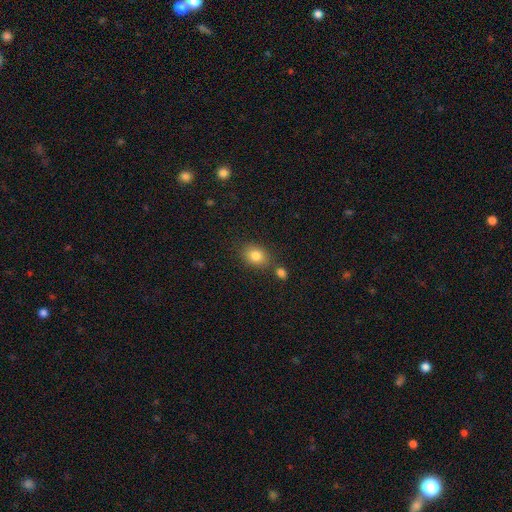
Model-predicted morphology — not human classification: smooth-or-featured: smooth: 83% | star or artifact: 10% | featured or disk: 7%
  how-rounded: in between: 57% | round: 42% | cigar-shaped: 1%
  merging: none: 73% | minor disturbance: 12% | merger: 11% | major disturbance: 4%